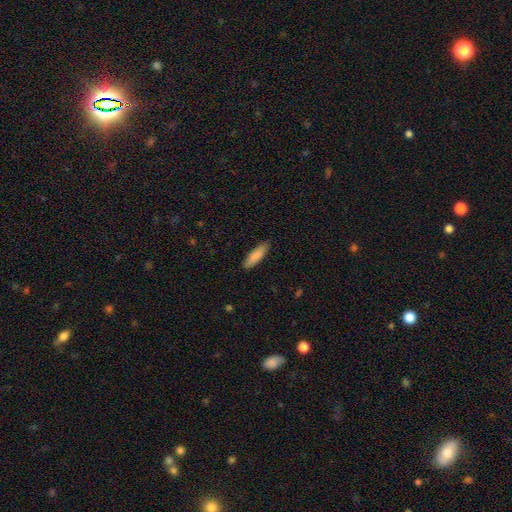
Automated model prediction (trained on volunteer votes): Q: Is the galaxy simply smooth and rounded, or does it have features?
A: smooth — 87%.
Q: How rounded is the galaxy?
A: cigar-shaped — 63%.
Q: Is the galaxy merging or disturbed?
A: none — 88%.